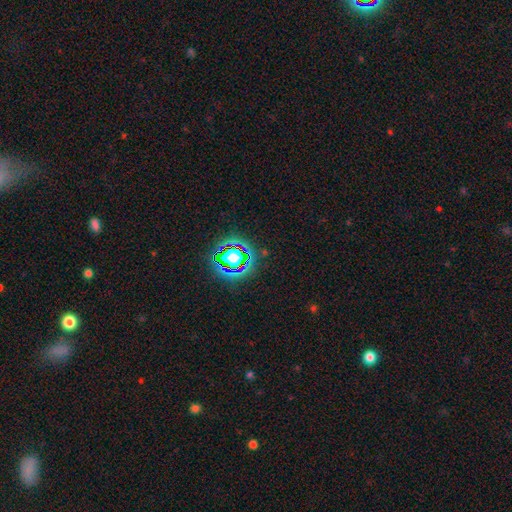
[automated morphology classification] Smooth or featured? Predicted: star or artifact (p=0.78).